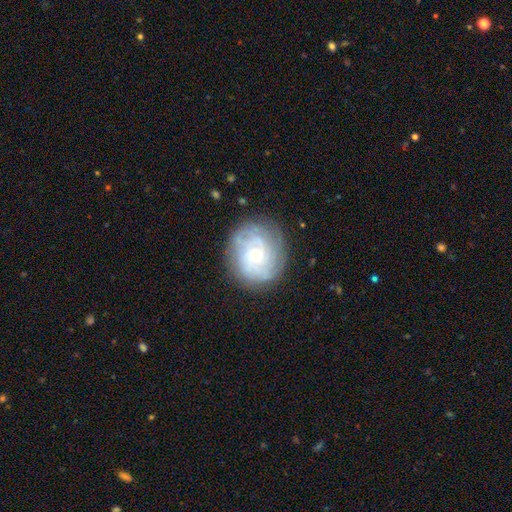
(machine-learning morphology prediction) A featured or disk galaxy (70%) with no bar (80%), tight (69%) spiral arms (87%) and a small central bulge (73%). Merging: none (79%).